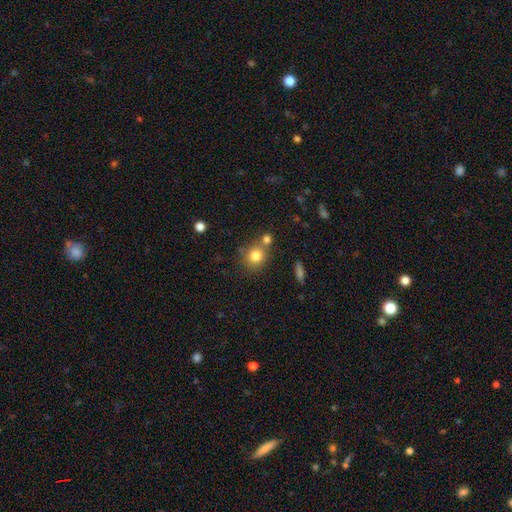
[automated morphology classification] This is clearly a smooth galaxy (81%). How rounded: clearly round (82%). Merging: likely none (61%).